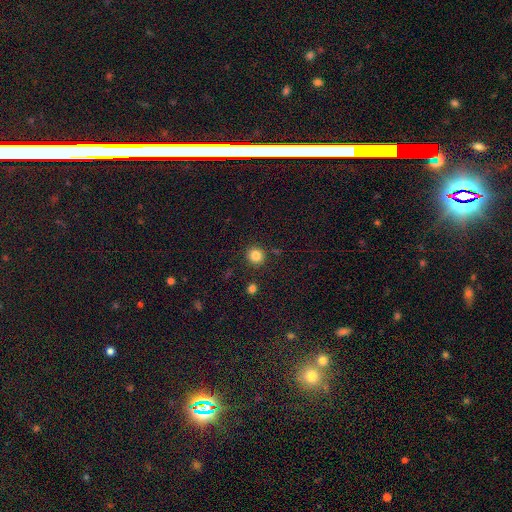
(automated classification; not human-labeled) Smooth or featured?
  - smooth: 84% *
  - star or artifact: 12%
  - featured or disk: 4%
How rounded?
  - round: 93% *
  - in between: 6%
  - cigar-shaped: 1%
Merging?
  - none: 88% *
  - minor disturbance: 7%
  - merger: 3%
  - major disturbance: 2%